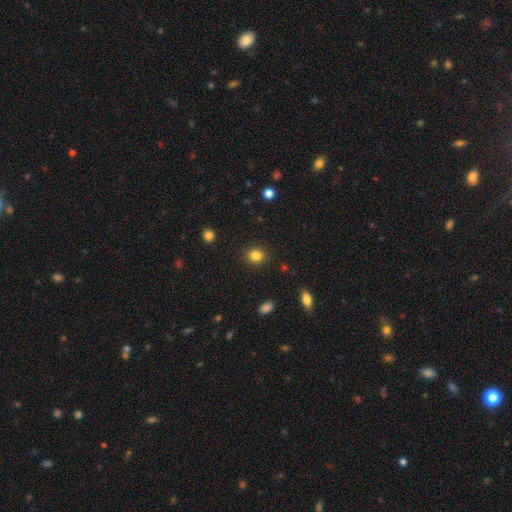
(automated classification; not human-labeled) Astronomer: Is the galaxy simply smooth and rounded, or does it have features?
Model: smooth — 84%.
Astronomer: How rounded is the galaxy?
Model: round — 75%.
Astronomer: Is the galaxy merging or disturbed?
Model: none — 90%.